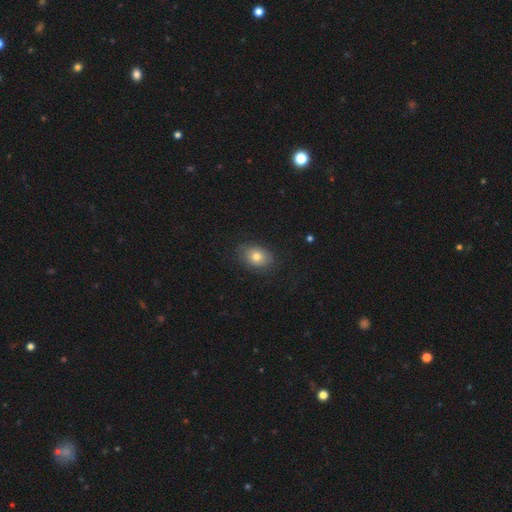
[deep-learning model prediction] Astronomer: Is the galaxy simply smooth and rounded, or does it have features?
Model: smooth — 72%.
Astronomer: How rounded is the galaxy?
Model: in between — 70%.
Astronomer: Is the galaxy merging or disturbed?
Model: none — 81%.